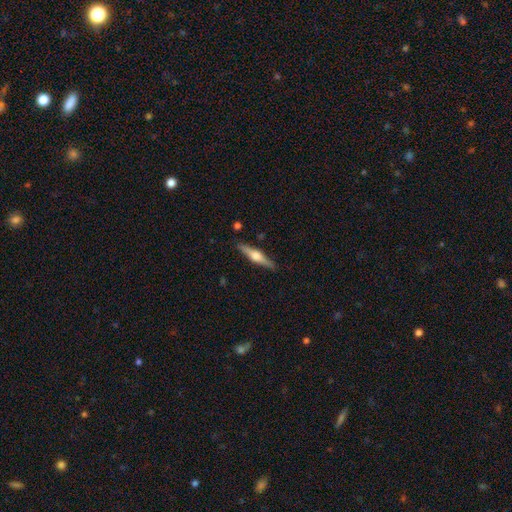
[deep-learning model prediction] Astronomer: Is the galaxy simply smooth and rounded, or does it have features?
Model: featured or disk — 68%.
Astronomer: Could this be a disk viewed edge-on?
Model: yes — 97%.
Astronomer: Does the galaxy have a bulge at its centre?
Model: rounded — 91%.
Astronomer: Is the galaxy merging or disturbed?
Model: none — 89%.